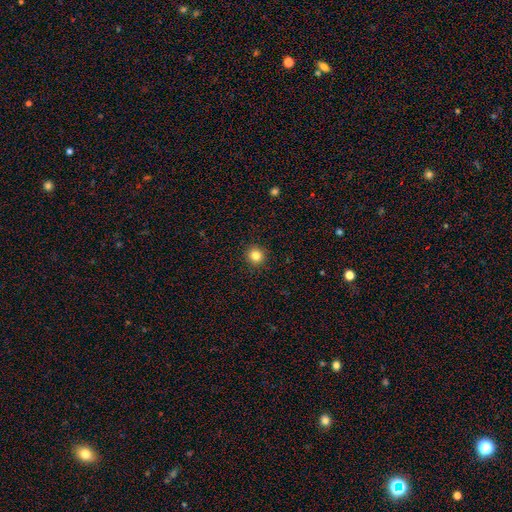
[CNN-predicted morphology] A smooth galaxy with no disk features (82%) that is round (93%). Merging: none (93%).